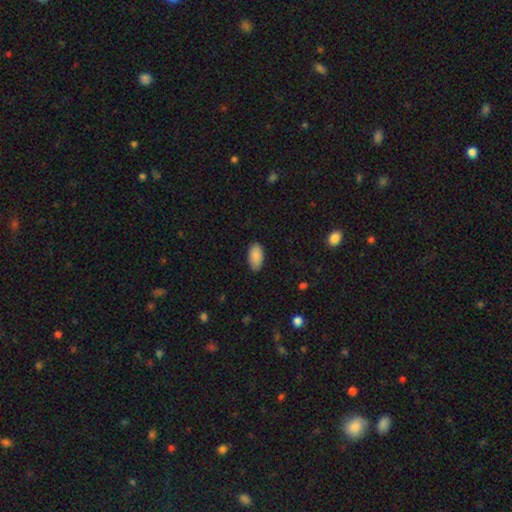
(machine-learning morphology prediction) Q: Smooth or featured?
A: smooth (89%); runner-up: star or artifact (6%)
Q: How rounded?
A: in between (95%); runner-up: round (2%)
Q: Merging?
A: none (84%); runner-up: minor disturbance (12%)